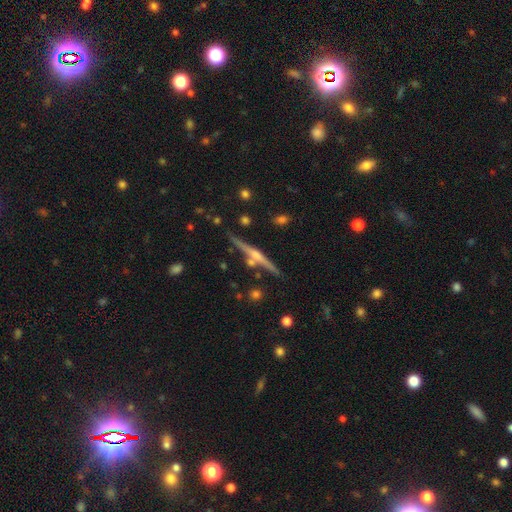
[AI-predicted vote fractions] This appears to be a featured or disk galaxy (74%) viewed edge-on (98%) with a rounded central bulge (75%). Merging: none (80%).